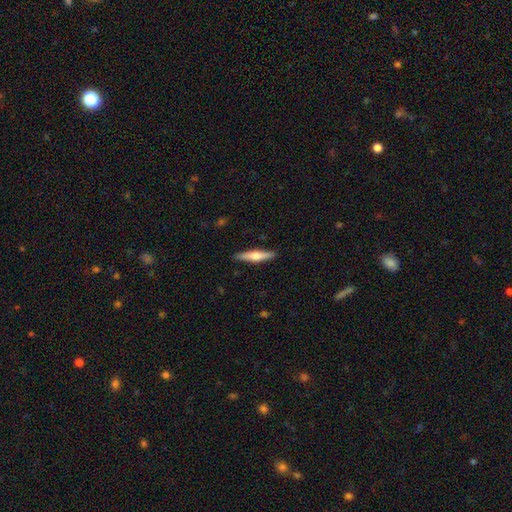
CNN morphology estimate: Smooth or featured? featured or disk (51%)
Edge-on disk? yes (96%)
Merging? none (90%)